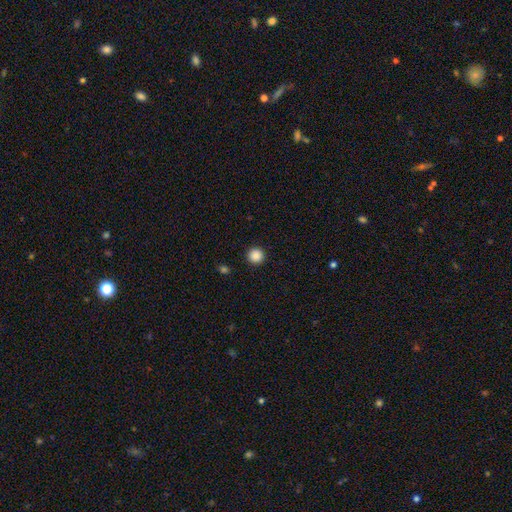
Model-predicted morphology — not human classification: type=smooth (87%); roundness=round (96%); merging=none (93%).